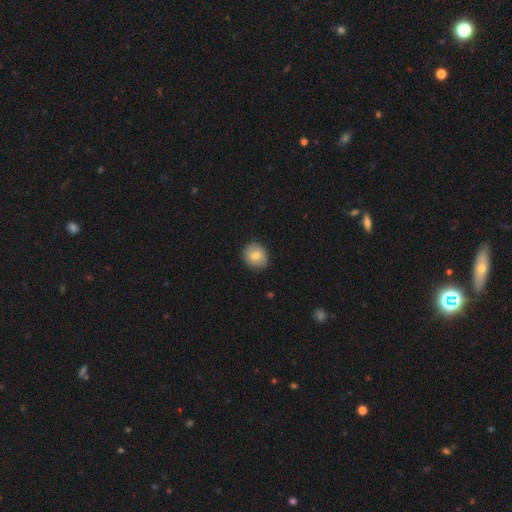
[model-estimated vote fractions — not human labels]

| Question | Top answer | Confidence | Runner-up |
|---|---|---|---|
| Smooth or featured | smooth | 72% | featured or disk (20%) |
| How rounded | round | 79% | in between (20%) |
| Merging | none | 86% | minor disturbance (11%) |